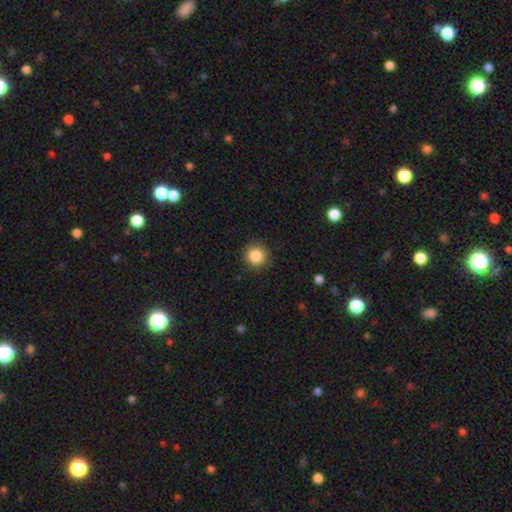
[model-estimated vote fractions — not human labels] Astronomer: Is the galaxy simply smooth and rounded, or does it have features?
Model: smooth — 86%.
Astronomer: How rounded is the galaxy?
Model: round — 95%.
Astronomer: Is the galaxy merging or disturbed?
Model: none — 90%.